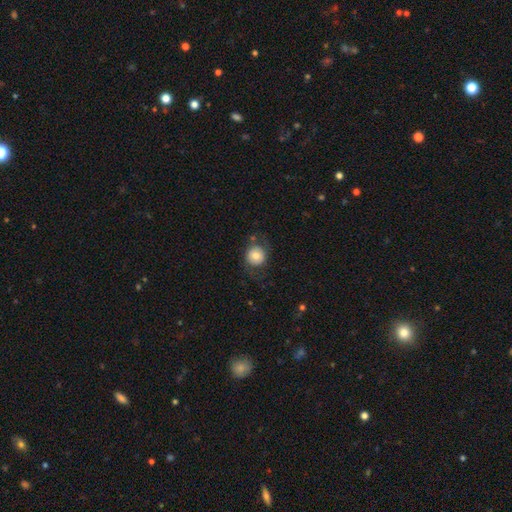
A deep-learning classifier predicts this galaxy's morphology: Smooth or featured? Predicted: smooth (p=0.72). How rounded? Predicted: round (p=0.88). Merging? Predicted: none (p=0.71).